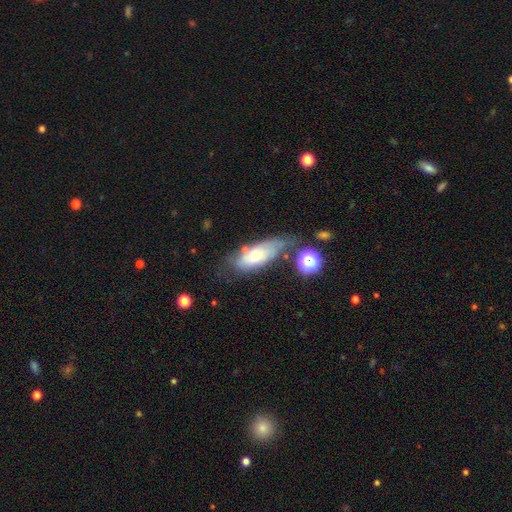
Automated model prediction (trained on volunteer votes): Q: Smooth or featured?
A: smooth (59%); runner-up: featured or disk (31%)
Q: How rounded?
A: in between (75%); runner-up: cigar-shaped (22%)
Q: Merging?
A: none (44%); runner-up: minor disturbance (29%)